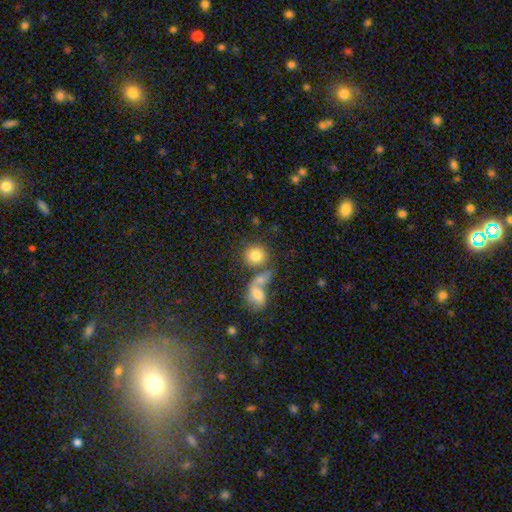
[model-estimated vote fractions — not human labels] This appears to be a smooth galaxy with no disk features (79%) that is round (79%). Merging: none (49%).